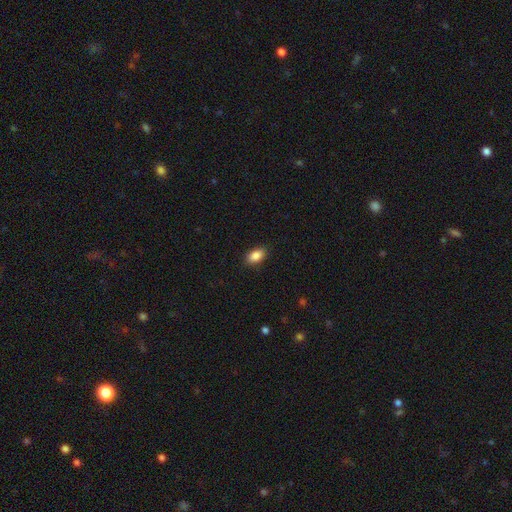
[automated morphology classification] type=smooth (88%); roundness=in between (90%); merging=none (88%).